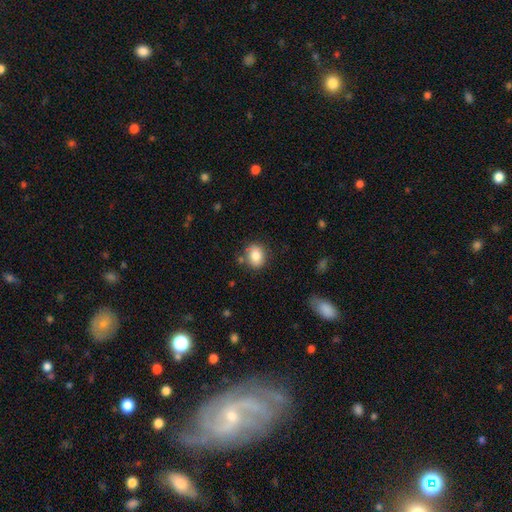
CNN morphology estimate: type=smooth (82%); roundness=round (61%); merging=none (80%).